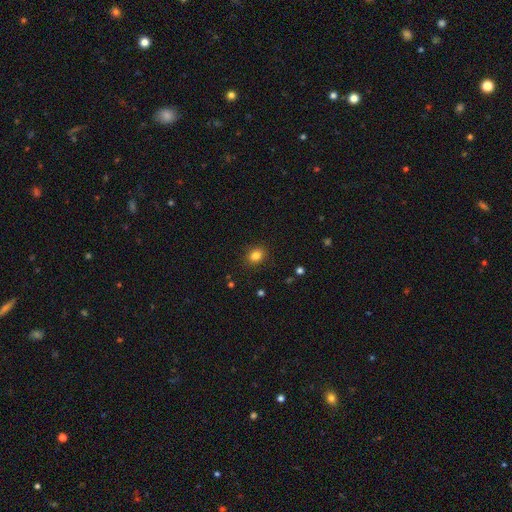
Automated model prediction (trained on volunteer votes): smooth_or_featured: smooth (p=0.83) [alt: star or artifact p=0.12]
how_rounded: round (p=0.54) [alt: in between p=0.45]
merging: none (p=0.88) [alt: minor disturbance p=0.08]